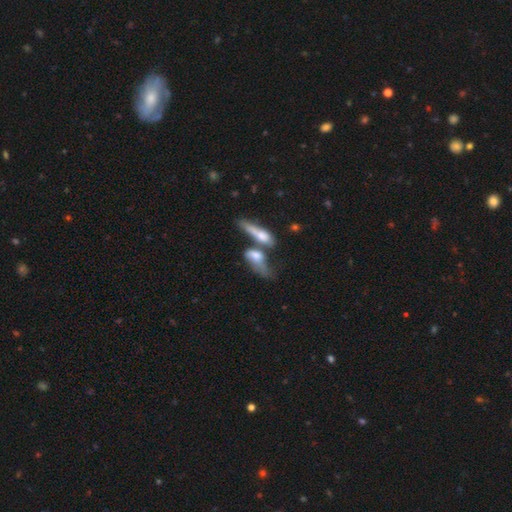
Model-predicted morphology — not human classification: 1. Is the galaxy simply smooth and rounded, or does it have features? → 62% smooth, 30% featured or disk, 7% star or artifact.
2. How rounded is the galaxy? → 62% in between, 31% cigar-shaped, 7% round.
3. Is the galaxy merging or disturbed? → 55% merger, 19% none, 15% major disturbance, 12% minor disturbance.